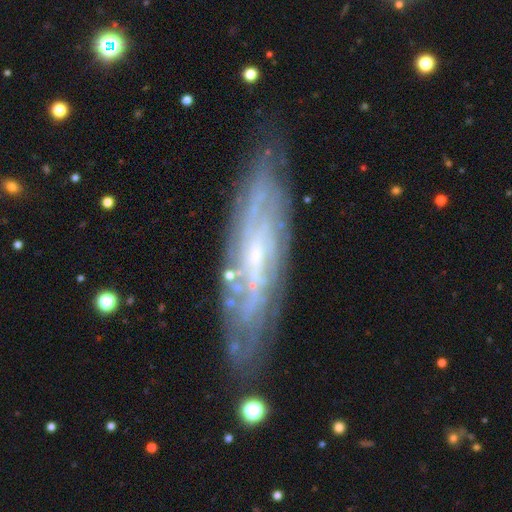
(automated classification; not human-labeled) A featured or disk galaxy (80%) with no bar (57%), spiral arms (90%) and a small central bulge (73%).

Vote fractions:
- Smooth or featured? featured or disk: 80% / smooth: 13% / star or artifact: 7%
- Edge-on disk? no: 69% / yes: 31%
- Bar? no: 57% / weak: 33% / strong: 10%
- Spiral arms? yes: 90% / no: 10%
- Bulge size? small: 73% / moderate: 17% / none: 8% / large: 2% / dominant: 1%
- Merging? none: 79% / minor disturbance: 15% / major disturbance: 4% / merger: 2%